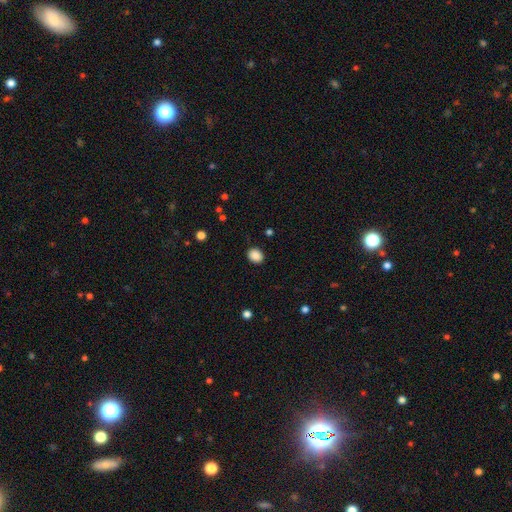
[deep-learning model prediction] Overall: smooth (88%). How rounded: round (57%; in between 43%). Merging: none (89%).